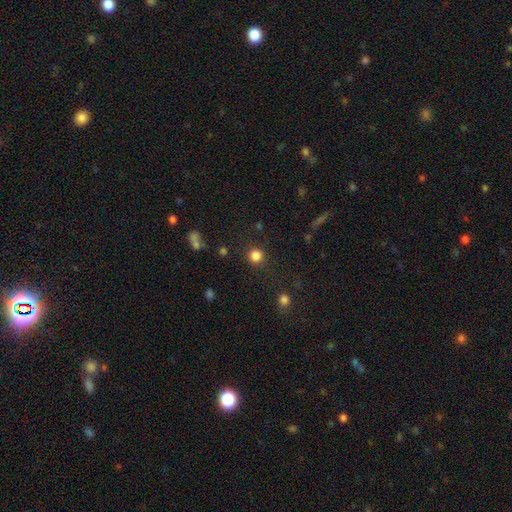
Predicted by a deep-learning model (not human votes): This appears to be a smooth galaxy with no disk features (84%) that is round (93%). Merging: none (89%).